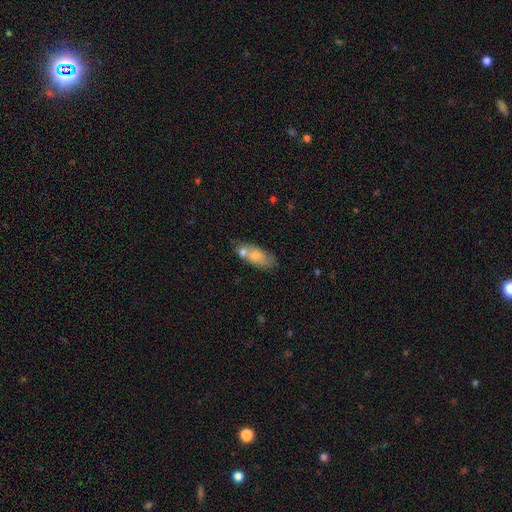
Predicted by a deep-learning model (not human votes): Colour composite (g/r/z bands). It shows a smooth galaxy with no disk features (70%) that is in between round and cigar-shaped (75%). Merging: none (50%).